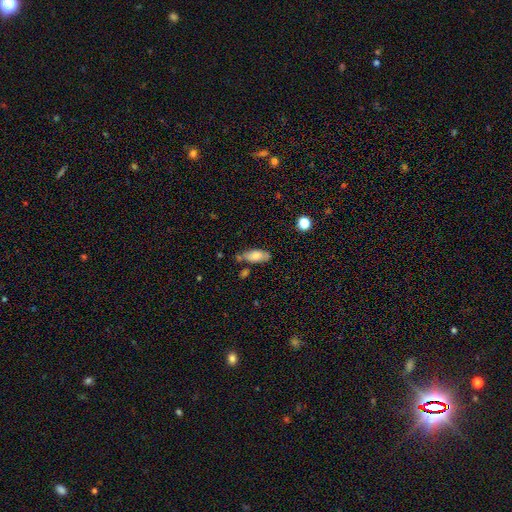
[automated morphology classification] This appears to be a smooth galaxy with no disk features (73%) that is in between round and cigar-shaped (86%). Merging: none (62%).